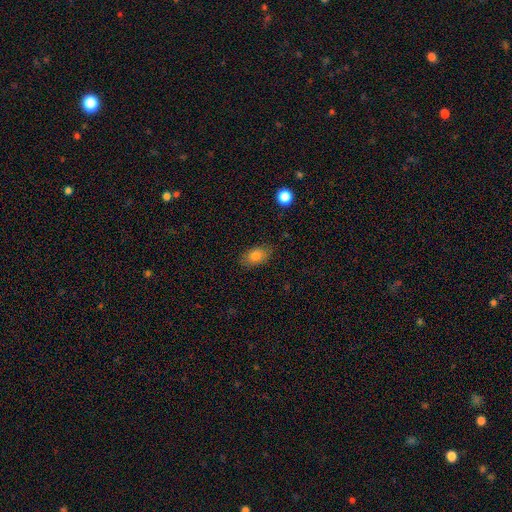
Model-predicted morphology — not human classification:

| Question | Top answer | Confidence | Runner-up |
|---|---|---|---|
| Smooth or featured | smooth | 81% | featured or disk (10%) |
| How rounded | in between | 87% | round (10%) |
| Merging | none | 80% | minor disturbance (15%) |